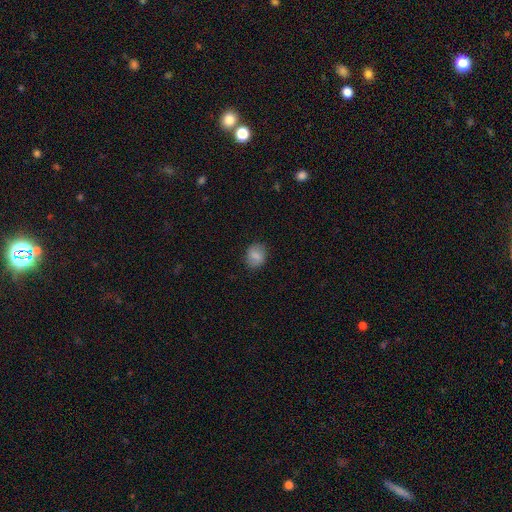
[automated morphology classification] Q: Smooth or featured?
A: smooth (81%); runner-up: featured or disk (11%)
Q: How rounded?
A: round (62%); runner-up: in between (37%)
Q: Merging?
A: none (85%); runner-up: minor disturbance (11%)